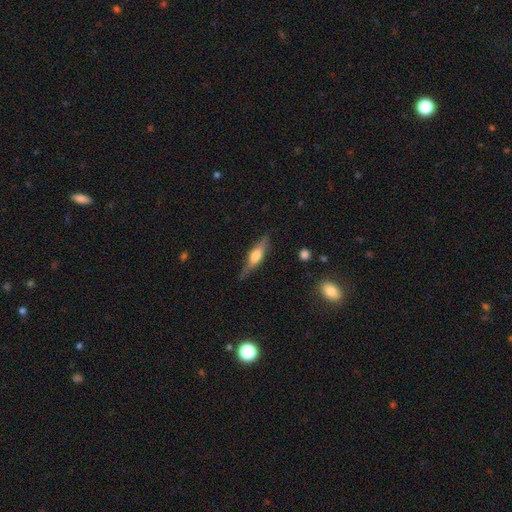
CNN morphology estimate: Q: Smooth or featured?
A: featured or disk (54%); runner-up: smooth (40%)
Q: Edge-on disk?
A: yes (91%); runner-up: no (9%)
Q: Merging?
A: none (78%); runner-up: minor disturbance (16%)